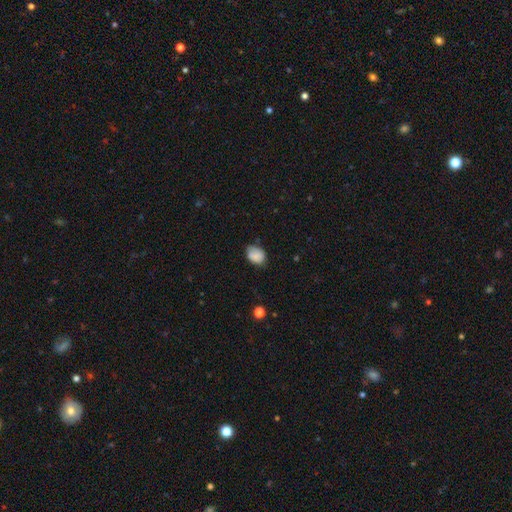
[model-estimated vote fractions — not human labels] A smooth galaxy with no disk features (82%) that is in between round and cigar-shaped (67%). Merging: none (61%).